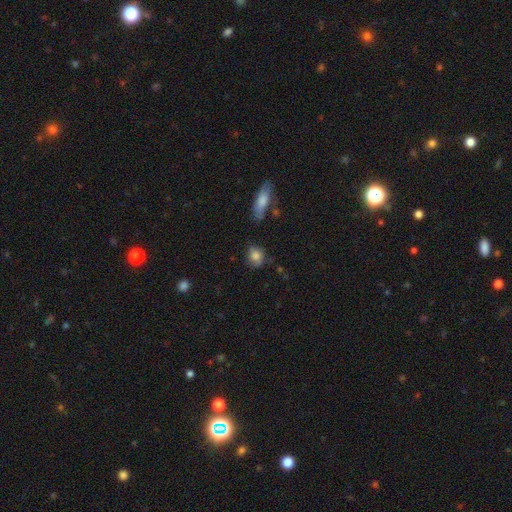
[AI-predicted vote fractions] A smooth galaxy with no disk features (80%) that is round (67%). Merging: none (63%).